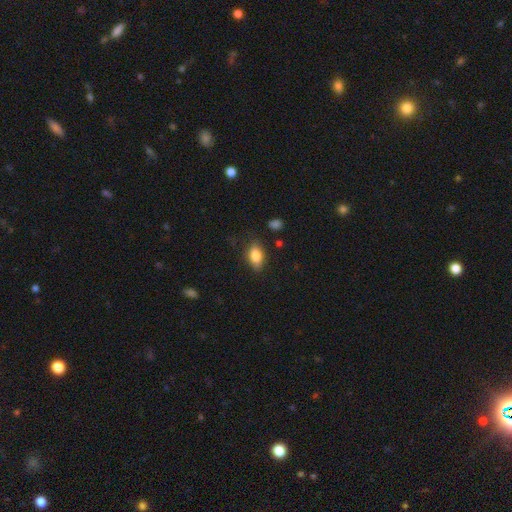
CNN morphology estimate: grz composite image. It shows a smooth galaxy with no disk features (82%) that is in between round and cigar-shaped (87%). Merging: none (80%).